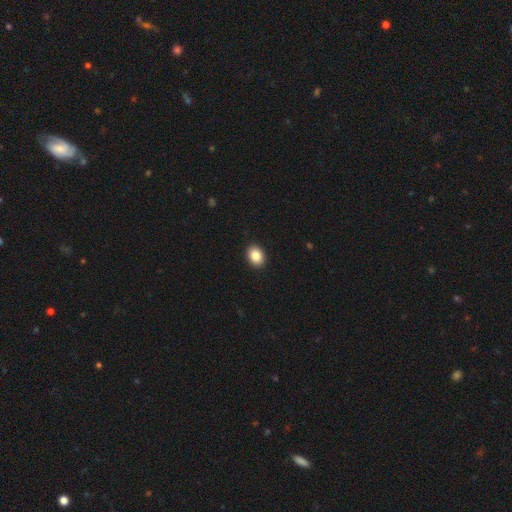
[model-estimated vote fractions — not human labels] Smooth or featured?
  - smooth: 87% *
  - star or artifact: 8%
  - featured or disk: 5%
How rounded?
  - in between: 63% *
  - round: 37%
  - cigar-shaped: 1%
Merging?
  - none: 92% *
  - minor disturbance: 5%
  - major disturbance: 2%
  - merger: 1%